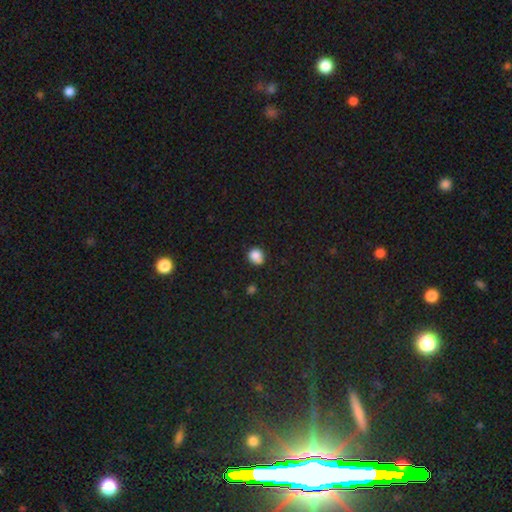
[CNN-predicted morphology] The model was most divided on "how rounded": round: 76%, in between: 23%, cigar-shaped: 1%. More confident: smooth or featured — smooth (85%); merging — none (74%).